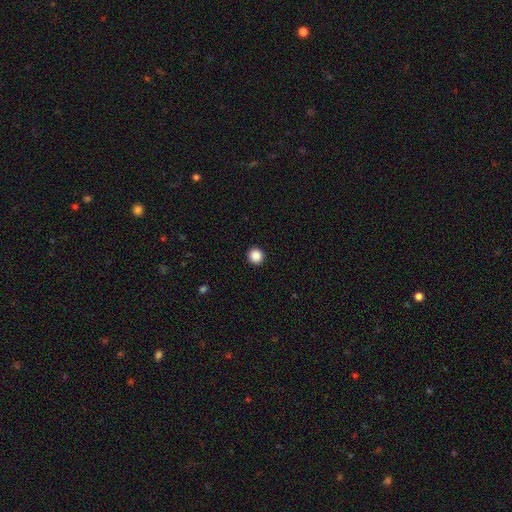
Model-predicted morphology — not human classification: smooth-or-featured: smooth: 88% | star or artifact: 9% | featured or disk: 3%
  how-rounded: round: 93% | in between: 6% | cigar-shaped: 1%
  merging: none: 93% | minor disturbance: 4% | major disturbance: 2% | merger: 1%